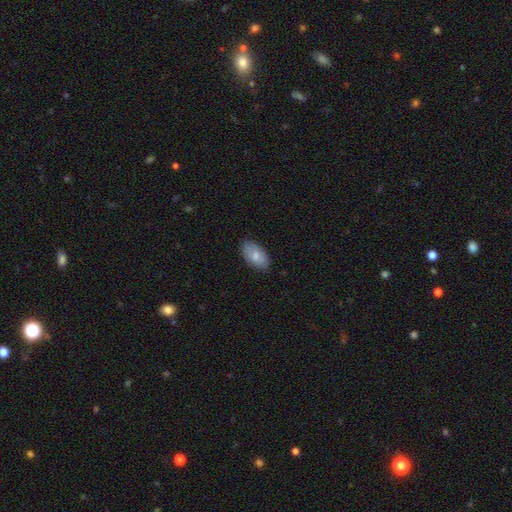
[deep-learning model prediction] The model was most divided on "smooth or featured": smooth: 80%, featured or disk: 14%, star or artifact: 6%. More confident: how rounded — in between (94%); merging — none (83%).